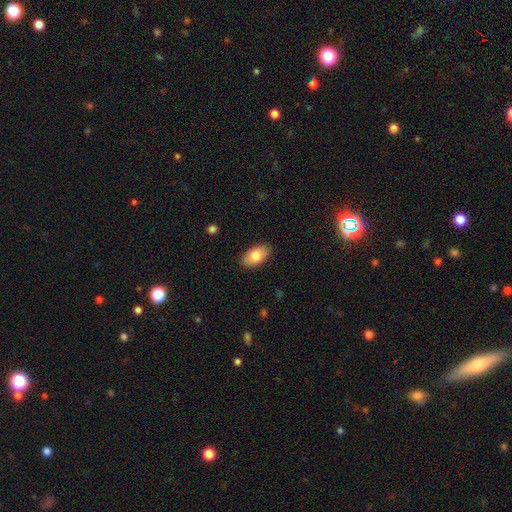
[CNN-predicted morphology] Overall: smooth (80%). How rounded: in between (94%). Merging: none (89%).